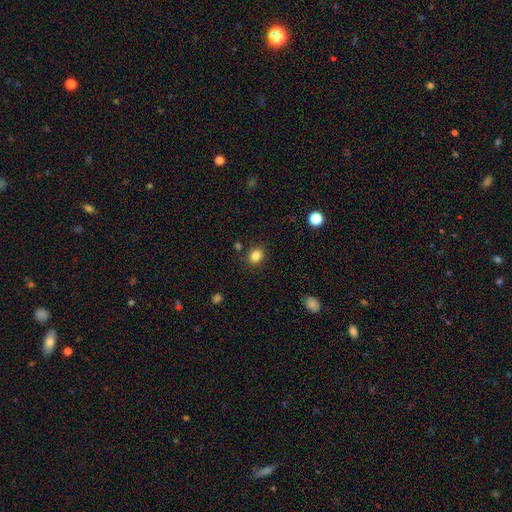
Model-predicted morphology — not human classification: This is clearly a smooth galaxy (84%). How rounded: likely round (65%). Merging: clearly none (84%).